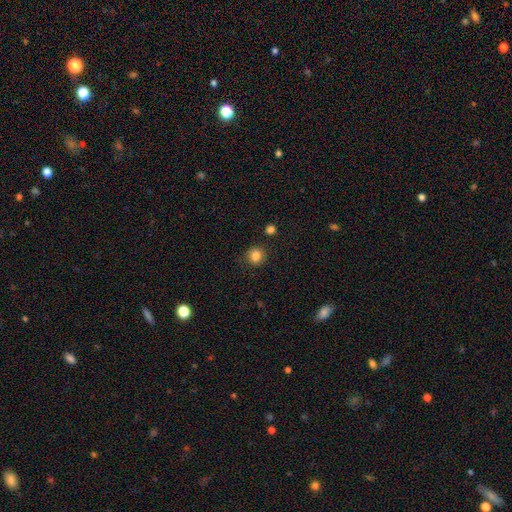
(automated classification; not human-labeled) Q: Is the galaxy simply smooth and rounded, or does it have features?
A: smooth — 85%.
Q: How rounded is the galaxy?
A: round — 86%.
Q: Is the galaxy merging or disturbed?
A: none — 84%.